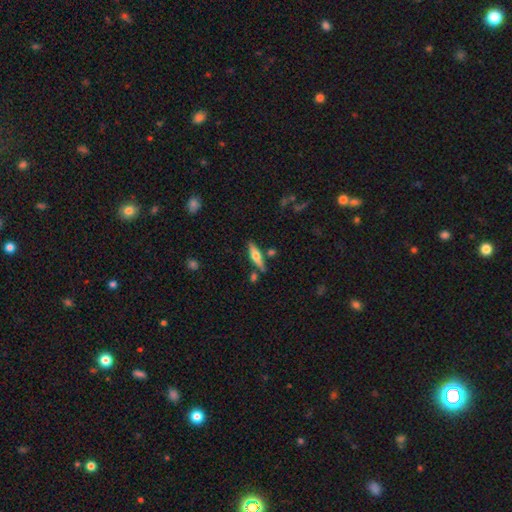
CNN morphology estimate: Smooth or featured: featured or disk — 55% (smooth — 39%)
Edge-on disk: yes — 94% (no — 6%)
Edge-on bulge: rounded — 92% (boxy — 5%)
Merging: none — 78% (minor disturbance — 11%)